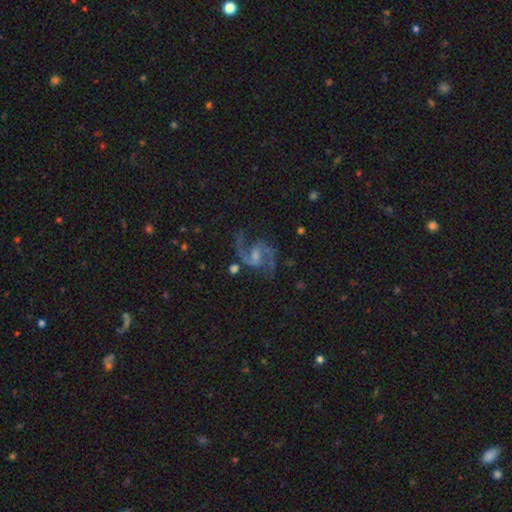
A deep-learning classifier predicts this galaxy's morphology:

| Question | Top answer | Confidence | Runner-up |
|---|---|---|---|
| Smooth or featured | featured or disk | 90% | star or artifact (6%) |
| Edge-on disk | no | 98% | yes (2%) |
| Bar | weak | 53% | no (28%) |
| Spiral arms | yes | 98% | no (2%) |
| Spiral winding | medium | 53% | loose (39%) |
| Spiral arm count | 2 | 93% | can't tell (2%) |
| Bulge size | small | 49% | moderate (31%) |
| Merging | none | 74% | minor disturbance (15%) |